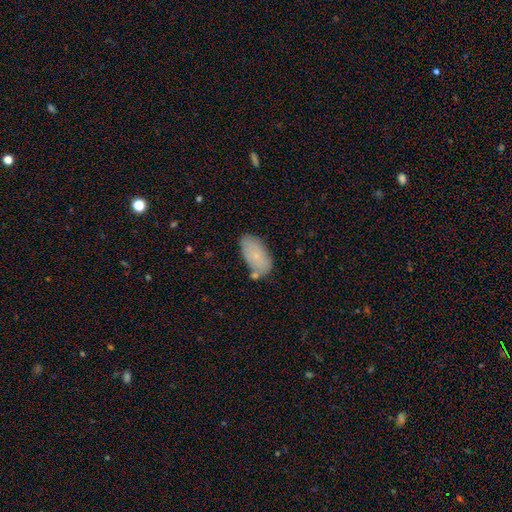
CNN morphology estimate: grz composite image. It shows a smooth galaxy with no disk features (76%) that is in between round and cigar-shaped (94%). Merging: none (71%).